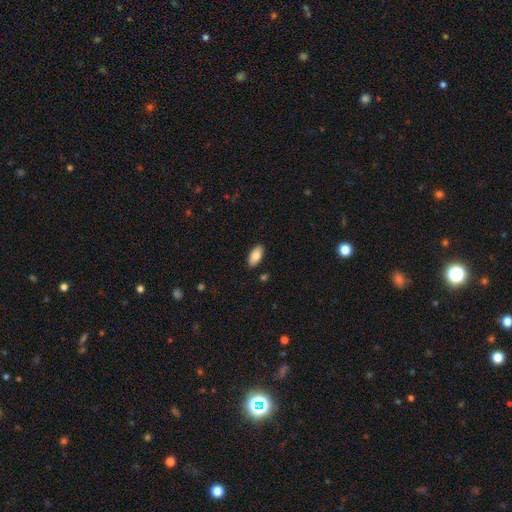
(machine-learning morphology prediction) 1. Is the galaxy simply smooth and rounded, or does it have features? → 82% smooth, 11% featured or disk, 7% star or artifact.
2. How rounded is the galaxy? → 93% in between, 5% cigar-shaped, 2% round.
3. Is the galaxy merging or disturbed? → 89% none, 8% minor disturbance, 2% major disturbance, 1% merger.